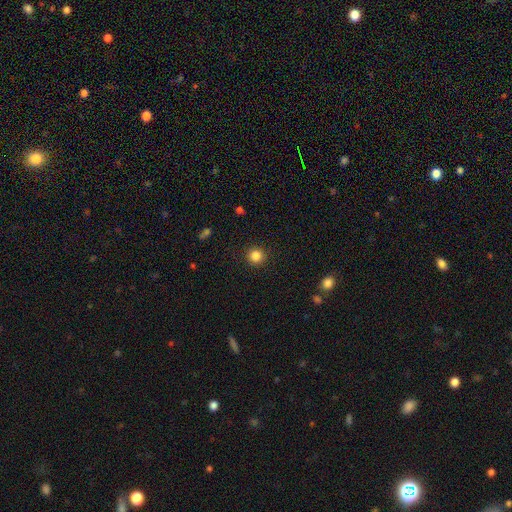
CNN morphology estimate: Smooth or featured?
  - smooth: 84% *
  - star or artifact: 12%
  - featured or disk: 4%
How rounded?
  - round: 95% *
  - in between: 4%
  - cigar-shaped: 1%
Merging?
  - none: 92% *
  - minor disturbance: 5%
  - major disturbance: 2%
  - merger: 1%